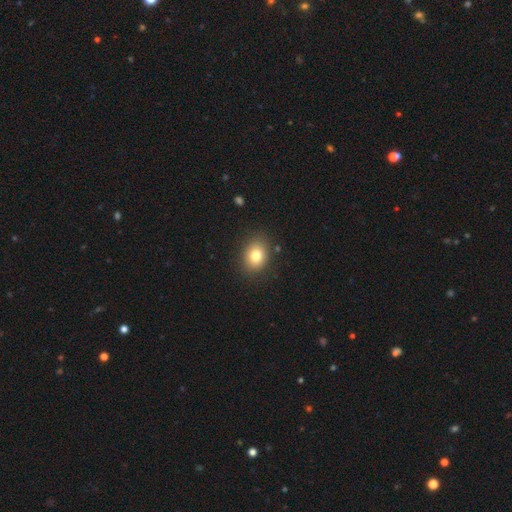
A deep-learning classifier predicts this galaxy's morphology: Smooth or featured?
  - smooth: 78% *
  - star or artifact: 11%
  - featured or disk: 11%
How rounded?
  - round: 51% *
  - in between: 48%
  - cigar-shaped: 1%
Merging?
  - none: 86% *
  - minor disturbance: 9%
  - major disturbance: 3%
  - merger: 2%